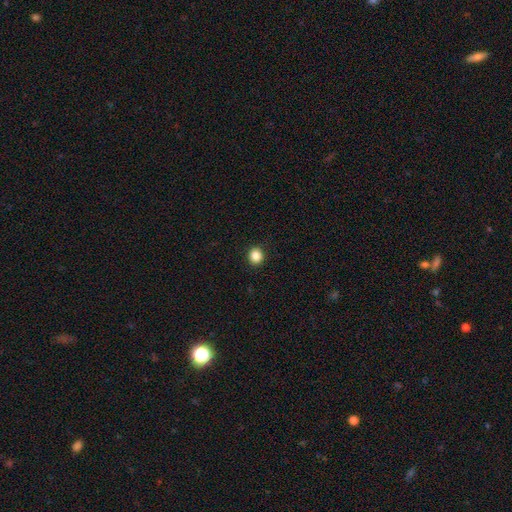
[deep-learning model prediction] The model was most divided on "how rounded": round: 81%, in between: 18%, cigar-shaped: 1%. More confident: merging — none (92%); smooth or featured — smooth (86%).